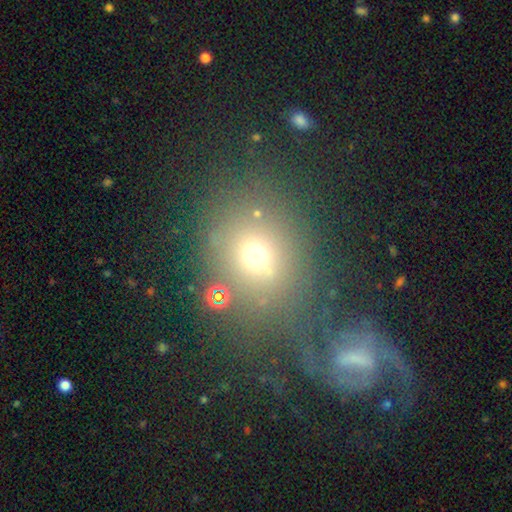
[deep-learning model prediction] A smooth galaxy with no disk features (64%) that is round (66%).

Vote fractions:
- Smooth or featured? smooth: 64% / featured or disk: 18% / star or artifact: 18%
- How rounded? round: 66% / in between: 33% / cigar-shaped: 1%
- Merging? none: 54% / merger: 25% / minor disturbance: 13% / major disturbance: 9%